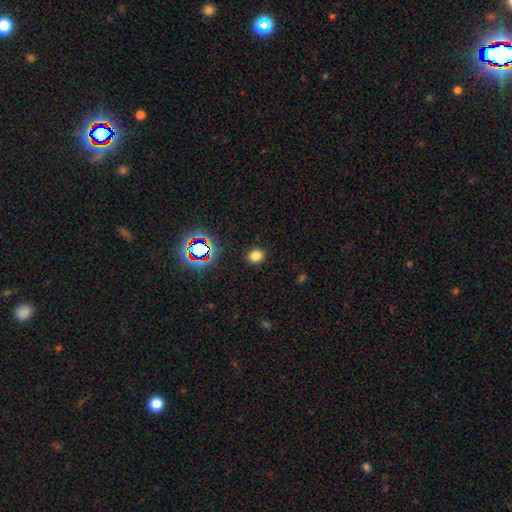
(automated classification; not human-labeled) Smooth or featured: smooth — 77% (star or artifact — 18%)
How rounded: round — 71% (in between — 28%)
Merging: none — 90% (minor disturbance — 7%)